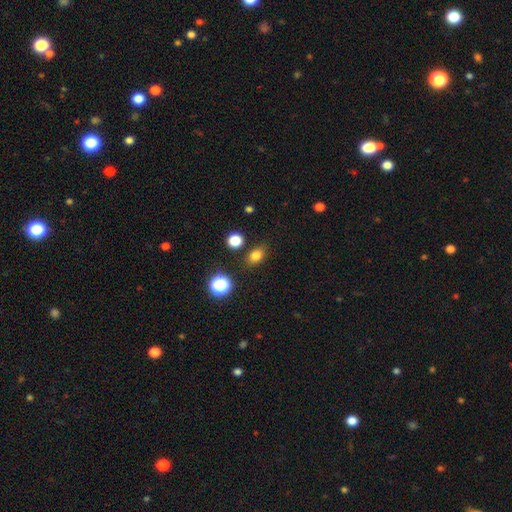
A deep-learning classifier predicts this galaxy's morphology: smooth 79%, star or artifact 15%, featured or disk 6%. Down the decision tree: how rounded — in between (61%); merging — none (80%).